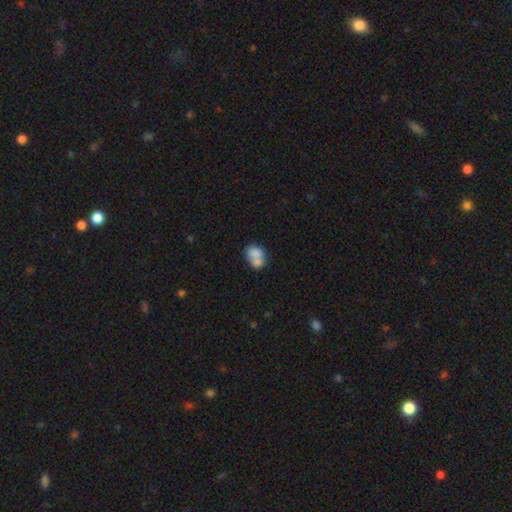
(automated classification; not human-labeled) Overall: smooth (75%). How rounded: in between (58%; round 41%). Merging: merger (62%; none 26%).